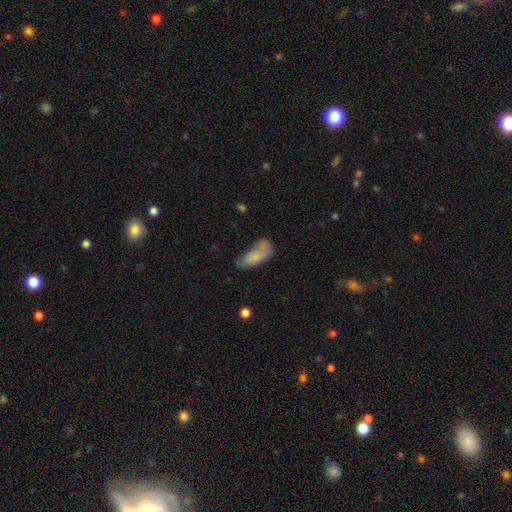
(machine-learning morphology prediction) Smooth or featured? smooth (75%)
How rounded? in between (79%)
Merging? none (38%)